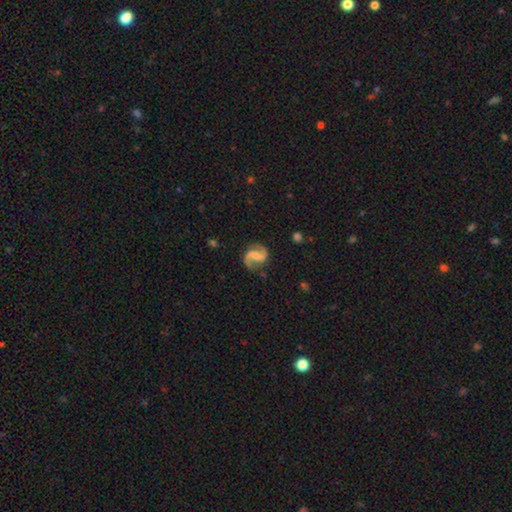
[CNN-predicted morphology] smooth_or_featured: featured or disk (p=0.90) [alt: smooth p=0.06]
disk_edge_on: no (p=0.98) [alt: yes p=0.02]
bar: weak (p=0.43) [alt: strong p=0.31]
has_spiral_arms: yes (p=0.98) [alt: no p=0.02]
spiral_winding: medium (p=0.51) [alt: loose p=0.36]
spiral_arm_count: 2 (p=0.94) [alt: 1 p=0.02]
bulge_size: none (p=0.53) [alt: small p=0.23]
merging: none (p=0.82) [alt: minor disturbance p=0.12]